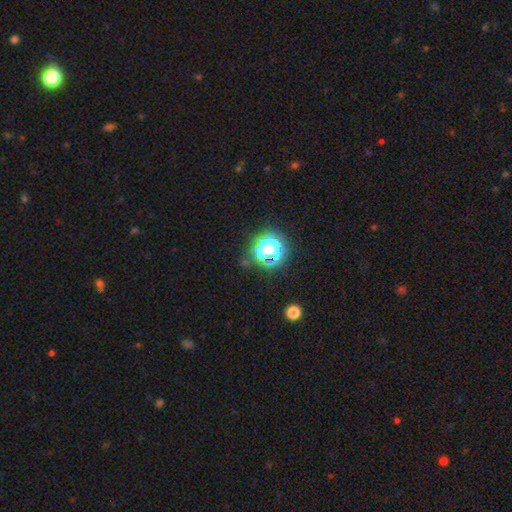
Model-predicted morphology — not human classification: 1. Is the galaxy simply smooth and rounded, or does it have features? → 79% star or artifact, 15% smooth, 6% featured or disk.